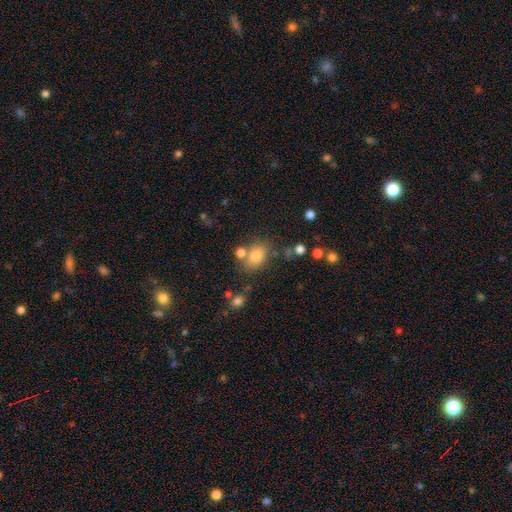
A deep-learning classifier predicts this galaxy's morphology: The model was most divided on "how rounded": in between: 71%, round: 28%, cigar-shaped: 1%. More confident: smooth or featured — smooth (79%); merging — none (64%).